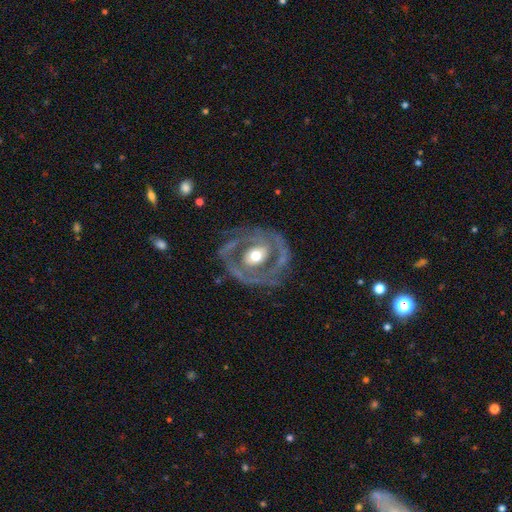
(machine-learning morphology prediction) This appears to be a featured or disk galaxy (79%) with no bar (58%), spiral arms (62%) and a moderate central bulge (70%). Merging: none (70%).